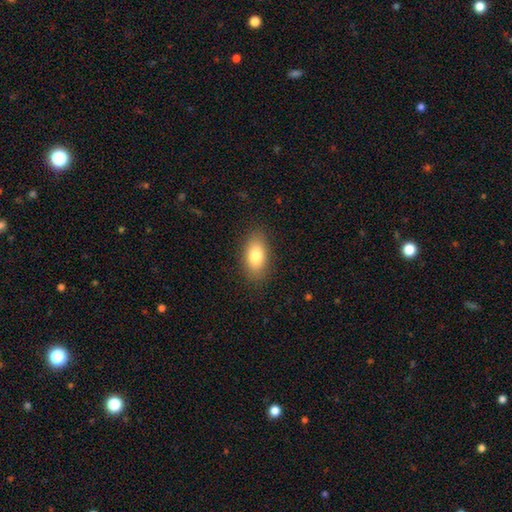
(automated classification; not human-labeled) Smooth or featured? Predicted: smooth (p=0.81). How rounded? Predicted: in between (p=0.90). Merging? Predicted: none (p=0.86).